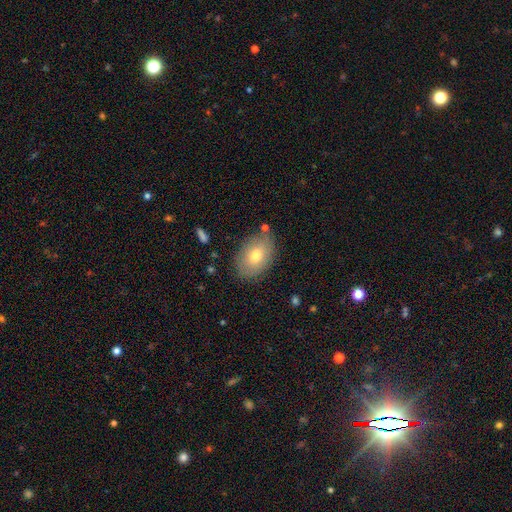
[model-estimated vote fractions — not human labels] A smooth galaxy with no disk features (72%) that is in between round and cigar-shaped (86%). Merging: none (81%).